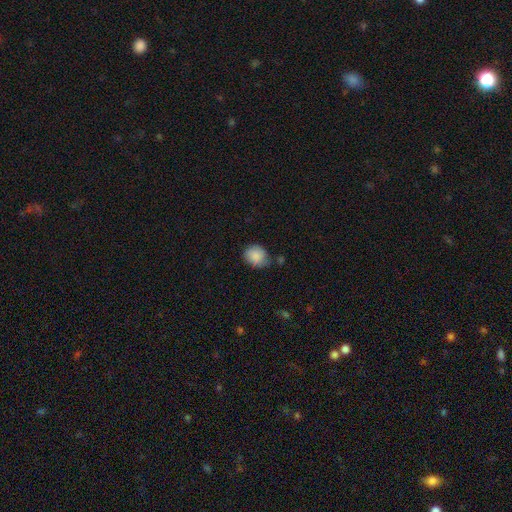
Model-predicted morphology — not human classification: Smooth or featured?
  - smooth: 87% *
  - star or artifact: 8%
  - featured or disk: 6%
How rounded?
  - round: 71% *
  - in between: 28%
  - cigar-shaped: 1%
Merging?
  - none: 65% *
  - minor disturbance: 25%
  - major disturbance: 5%
  - merger: 5%